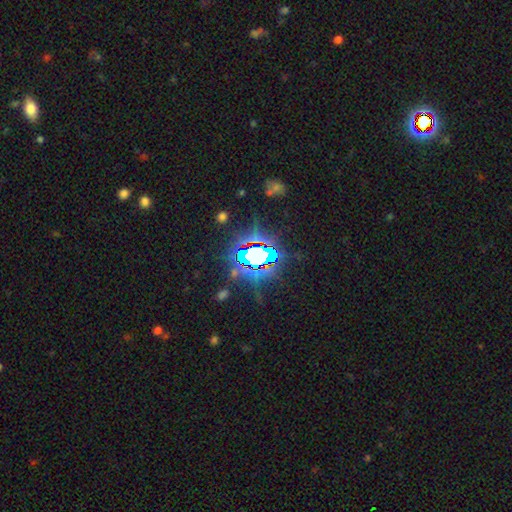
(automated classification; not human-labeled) A star or artifact, not a galaxy (75%).

Vote fractions:
- Smooth or featured? star or artifact: 75% / smooth: 13% / featured or disk: 12%